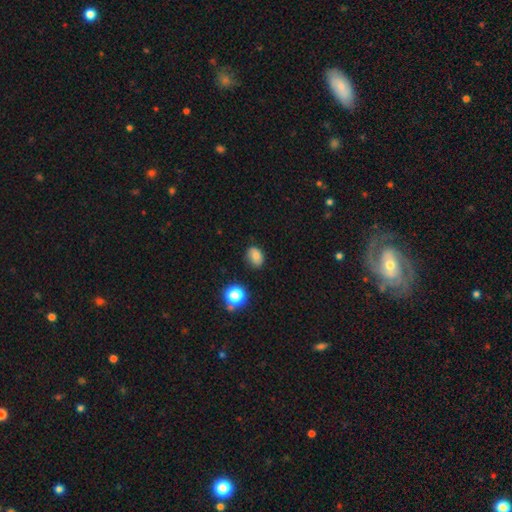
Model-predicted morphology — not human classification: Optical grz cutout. It shows a smooth galaxy with no disk features (76%) that is in between round and cigar-shaped (72%). Merging: none (78%).